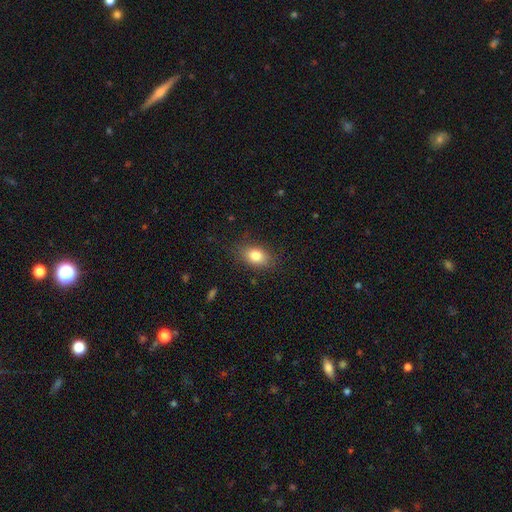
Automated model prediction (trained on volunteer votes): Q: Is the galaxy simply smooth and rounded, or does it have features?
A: smooth — 82%.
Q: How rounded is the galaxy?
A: in between — 82%.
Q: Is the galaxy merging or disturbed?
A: none — 82%.